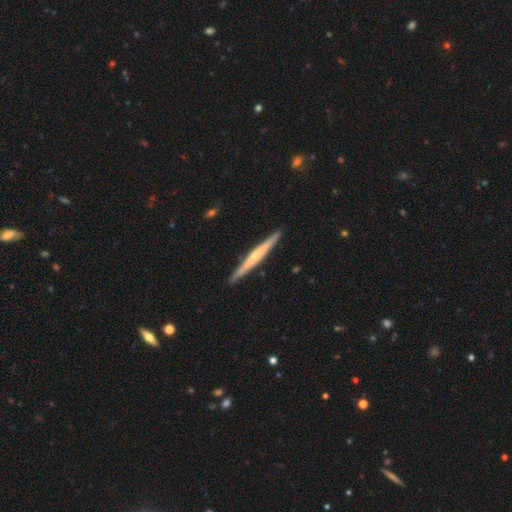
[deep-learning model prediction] The model was most divided on "edge-on bulge": rounded: 50%, none: 43%, boxy: 7%. More confident: edge-on disk — yes (97%); merging — none (90%); smooth or featured — featured or disk (62%).